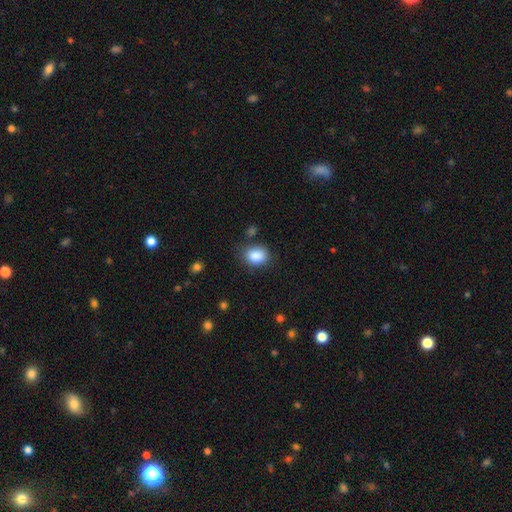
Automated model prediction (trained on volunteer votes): Smooth or featured: smooth — 87% (star or artifact — 8%)
How rounded: in between — 55% (round — 44%)
Merging: none — 76% (minor disturbance — 16%)